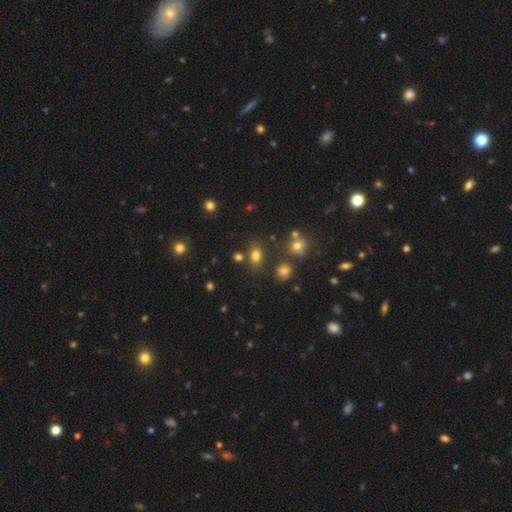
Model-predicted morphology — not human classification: Smooth or featured? Predicted: smooth (p=0.76). How rounded? Predicted: in between (p=0.75). Merging? Predicted: none (p=0.75).